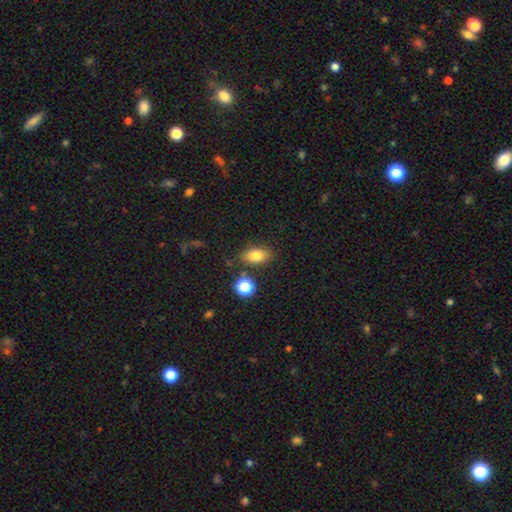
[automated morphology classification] smooth-or-featured: smooth: 78% | star or artifact: 12% | featured or disk: 10%
  how-rounded: in between: 82% | round: 14% | cigar-shaped: 4%
  merging: none: 79% | minor disturbance: 12% | merger: 6% | major disturbance: 4%